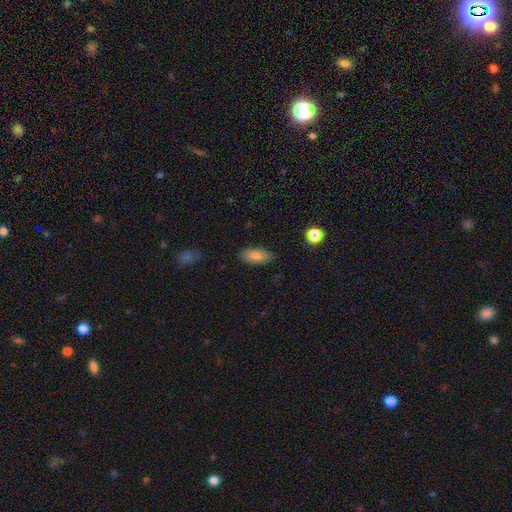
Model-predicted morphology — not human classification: Smooth or featured: smooth — 85% (star or artifact — 8%)
How rounded: in between — 88% (cigar-shaped — 9%)
Merging: none — 86% (minor disturbance — 10%)